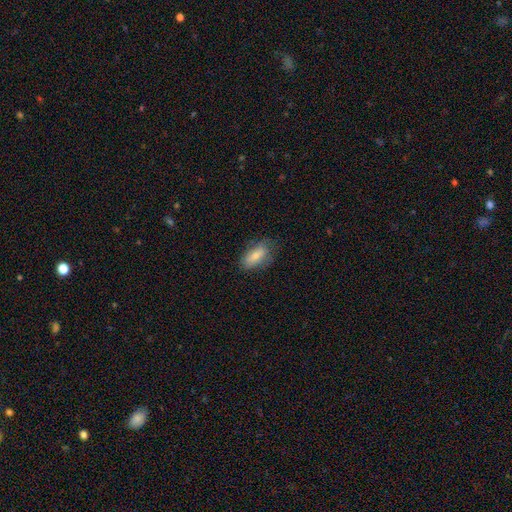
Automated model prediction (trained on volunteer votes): Smooth or featured? smooth (74%)
How rounded? in between (86%)
Merging? none (66%)